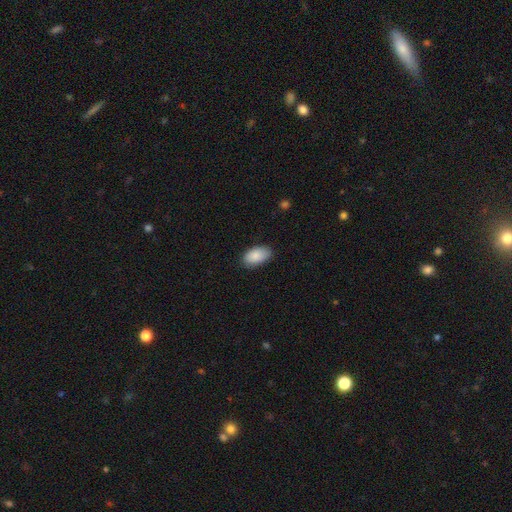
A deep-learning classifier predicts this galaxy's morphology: This is clearly a smooth galaxy (89%). How rounded: clearly in between (94%). Merging: clearly none (81%).